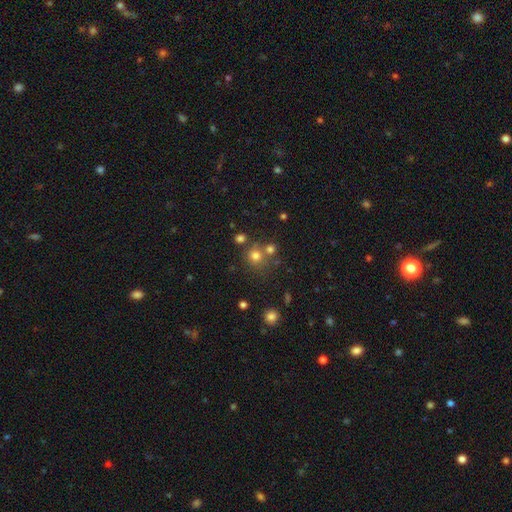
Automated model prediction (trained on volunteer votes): Morphology: type=smooth (73%); roundness=round (89%); merging=none (64%).